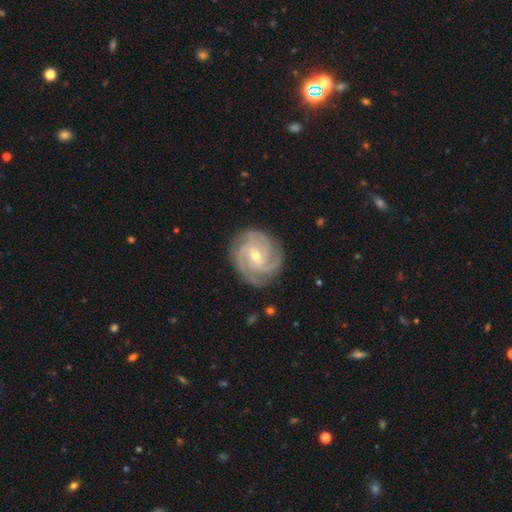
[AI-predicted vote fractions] A featured or disk galaxy (92%) with a weak bar (46%), 3 (44%) tight (66%) spiral arms (99%) and a small central bulge (51%).

Vote fractions:
- Smooth or featured? featured or disk: 92% / star or artifact: 4% / smooth: 4%
- Edge-on disk? no: 98% / yes: 2%
- Bar? weak: 46% / no: 36% / strong: 18%
- Spiral arms? yes: 99% / no: 1%
- Spiral winding? tight: 66% / medium: 30% / loose: 4%
- Spiral arm count? 3: 44% / 4: 31% / can't tell: 8% / 2: 7% / more than 4: 5% / 1: 5%
- Bulge size? small: 51% / moderate: 46% / large: 1% / none: 1% / dominant: 1%
- Merging? none: 82% / minor disturbance: 14% / major disturbance: 3% / merger: 1%